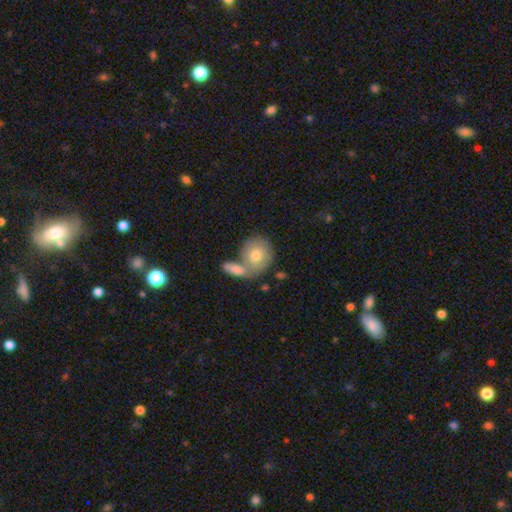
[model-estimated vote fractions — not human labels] smooth_or_featured: smooth (p=0.70) [alt: featured or disk p=0.22]
how_rounded: round (p=0.70) [alt: in between p=0.29]
merging: none (p=0.43) [alt: merger p=0.42]